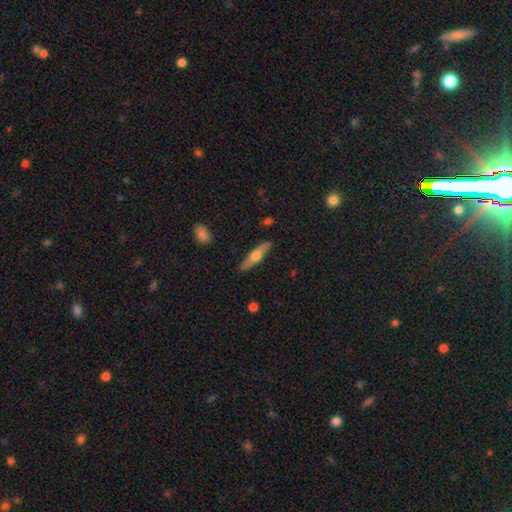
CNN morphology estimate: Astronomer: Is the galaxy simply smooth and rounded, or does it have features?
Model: smooth — 47%, tied with featured or disk at 47%.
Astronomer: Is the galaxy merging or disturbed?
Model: none — 87%.